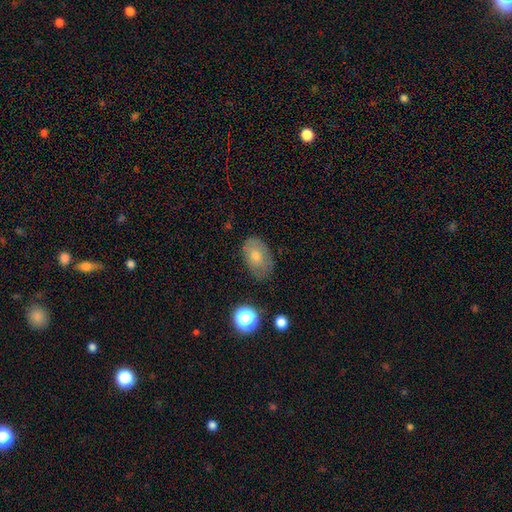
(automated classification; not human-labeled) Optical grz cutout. It shows a smooth galaxy with no disk features (64%) that is in between round and cigar-shaped (85%). Merging: none (73%).